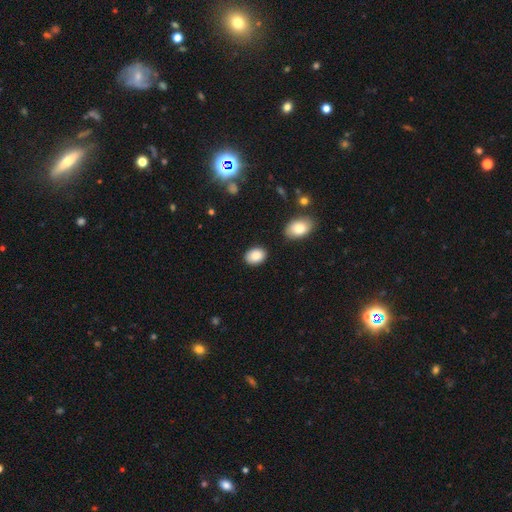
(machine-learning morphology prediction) smooth_or_featured: smooth (p=0.88) [alt: star or artifact p=0.07]
how_rounded: in between (p=0.79) [alt: round p=0.20]
merging: none (p=0.86) [alt: minor disturbance p=0.09]